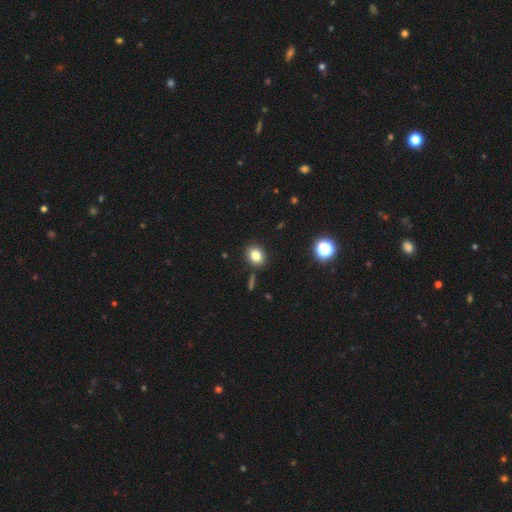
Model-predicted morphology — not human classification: Smooth or featured?
  - smooth: 80% *
  - star or artifact: 12%
  - featured or disk: 8%
How rounded?
  - round: 59% *
  - in between: 40%
  - cigar-shaped: 1%
Merging?
  - none: 86% *
  - minor disturbance: 8%
  - merger: 3%
  - major disturbance: 2%